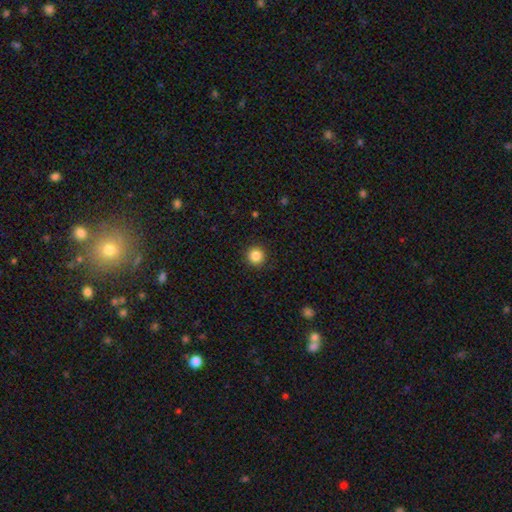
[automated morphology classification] Q: Smooth or featured?
A: smooth (85%); runner-up: star or artifact (11%)
Q: How rounded?
A: round (96%); runner-up: in between (3%)
Q: Merging?
A: none (92%); runner-up: minor disturbance (5%)